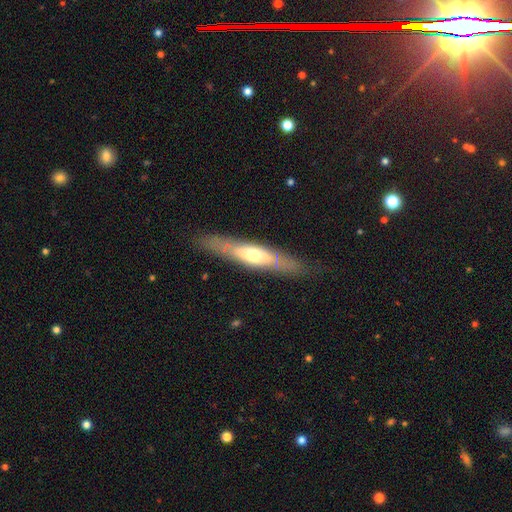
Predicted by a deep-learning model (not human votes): featured or disk 56%, smooth 38%, star or artifact 6%. Down the decision tree: edge-on disk — yes (66%); merging — none (81%).